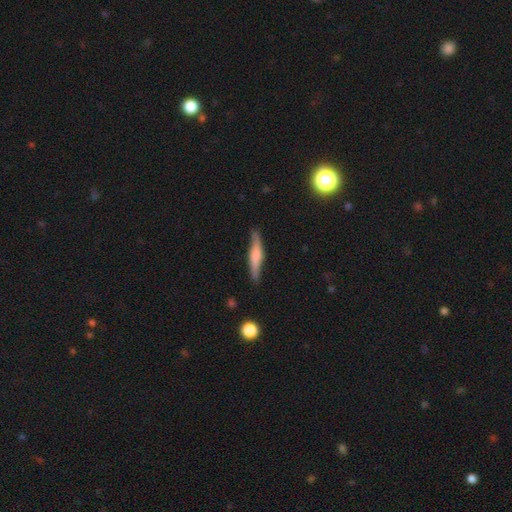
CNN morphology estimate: Smooth or featured? Predicted: featured or disk (p=0.49). Merging? Predicted: none (p=0.83).